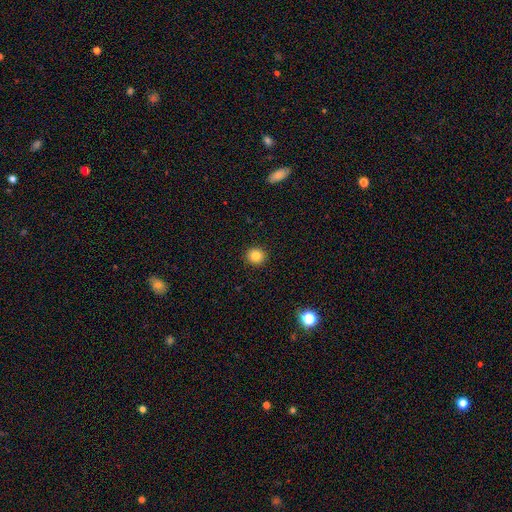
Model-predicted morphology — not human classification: type=smooth (84%); roundness=round (91%); merging=none (93%).